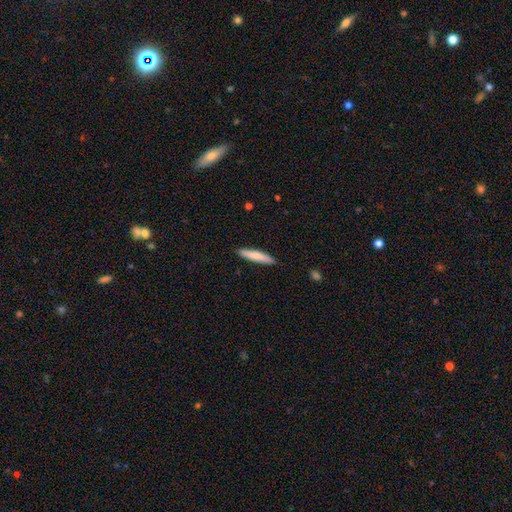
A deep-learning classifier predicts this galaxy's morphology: Smooth or featured? Predicted: smooth (p=0.79). How rounded? Predicted: cigar-shaped (p=0.89). Merging? Predicted: none (p=0.89).